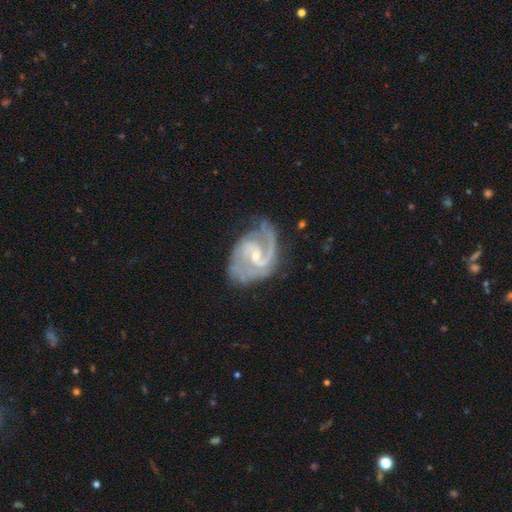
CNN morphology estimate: Q: Smooth or featured?
A: featured or disk (91%); runner-up: star or artifact (5%)
Q: Edge-on disk?
A: no (98%); runner-up: yes (2%)
Q: Bar?
A: weak (54%); runner-up: no (30%)
Q: Spiral arms?
A: yes (98%); runner-up: no (2%)
Q: Spiral winding?
A: medium (54%); runner-up: tight (33%)
Q: Spiral arm count?
A: 2 (77%); runner-up: 3 (7%)
Q: Bulge size?
A: small (65%); runner-up: moderate (31%)
Q: Merging?
A: none (64%); runner-up: minor disturbance (22%)